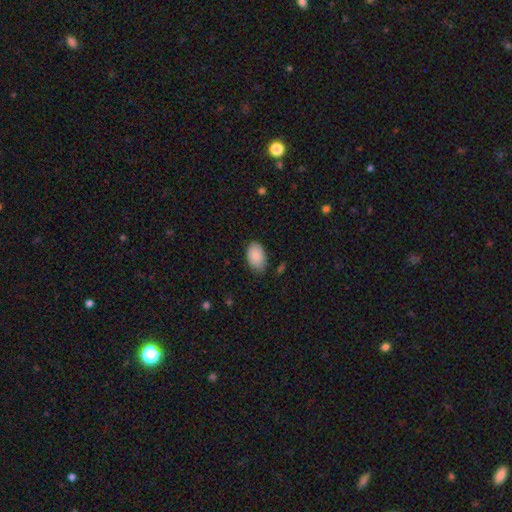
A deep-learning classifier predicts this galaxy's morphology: Overall: smooth (87%). How rounded: in between (92%). Merging: none (79%).